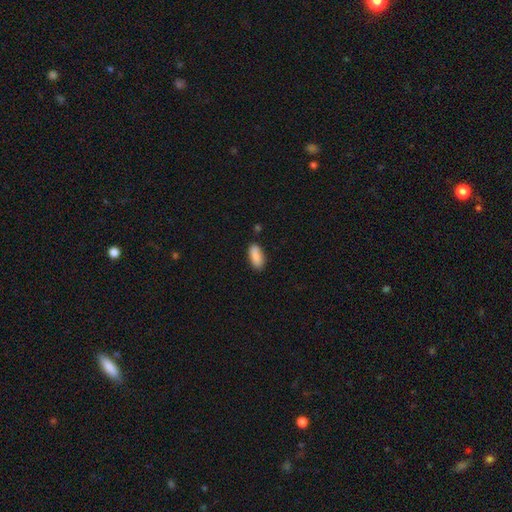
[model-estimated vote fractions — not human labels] The model was most divided on "how rounded": in between: 84%, cigar-shaped: 14%, round: 2%. More confident: smooth or featured — smooth (89%); merging — none (84%).